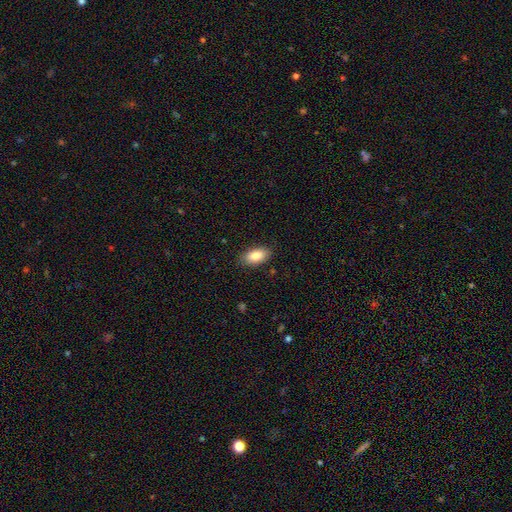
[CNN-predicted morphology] This appears to be a smooth galaxy with no disk features (88%) that is in between round and cigar-shaped (93%). Merging: none (87%).